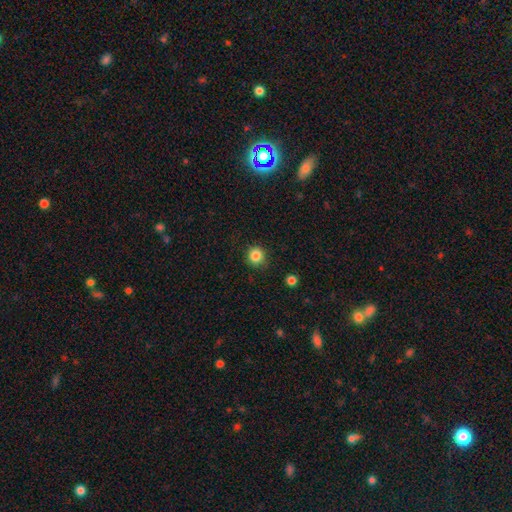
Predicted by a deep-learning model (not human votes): Morphology: type=smooth (84%); roundness=round (91%); merging=none (86%).